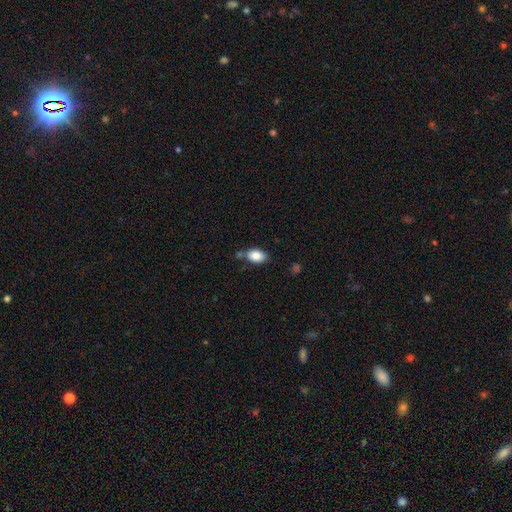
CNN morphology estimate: type=smooth (85%); roundness=in between (87%); merging=none (68%).